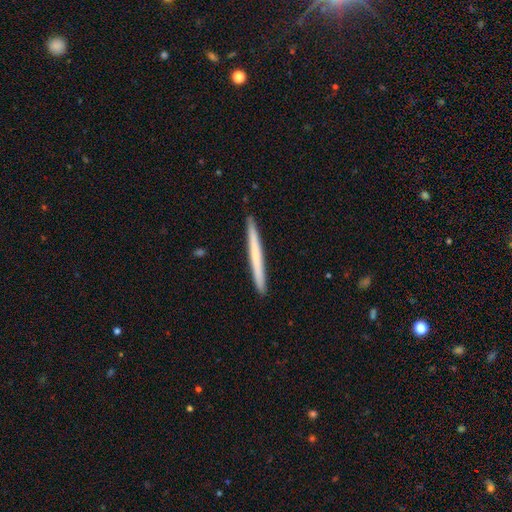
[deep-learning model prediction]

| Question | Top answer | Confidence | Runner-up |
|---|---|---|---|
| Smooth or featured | smooth | 58% | featured or disk (37%) |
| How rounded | cigar-shaped | 97% | in between (1%) |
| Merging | none | 92% | minor disturbance (6%) |